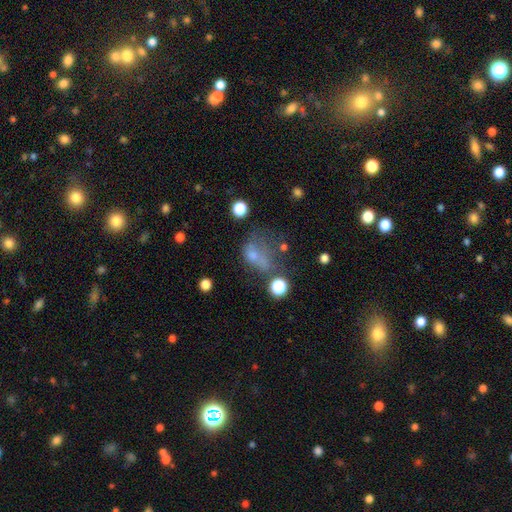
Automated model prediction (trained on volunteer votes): Smooth or featured? smooth (56%)
How rounded? in between (63%)
Merging? major disturbance (38%)